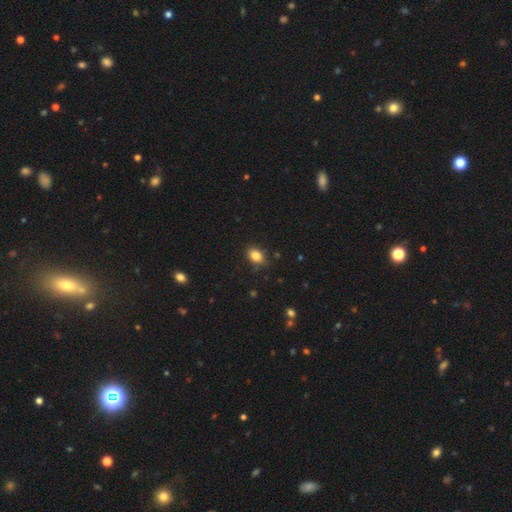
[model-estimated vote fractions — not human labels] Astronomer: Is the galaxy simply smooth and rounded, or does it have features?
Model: smooth — 84%.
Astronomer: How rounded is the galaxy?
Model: in between — 72%.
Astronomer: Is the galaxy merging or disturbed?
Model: none — 82%.